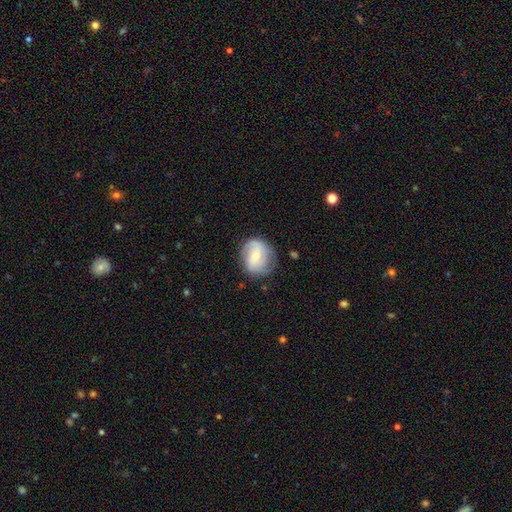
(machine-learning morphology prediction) A featured or disk galaxy (54%) with no bar (50%), spiral arms (82%) and a small central bulge (56%). Merging: none (70%).